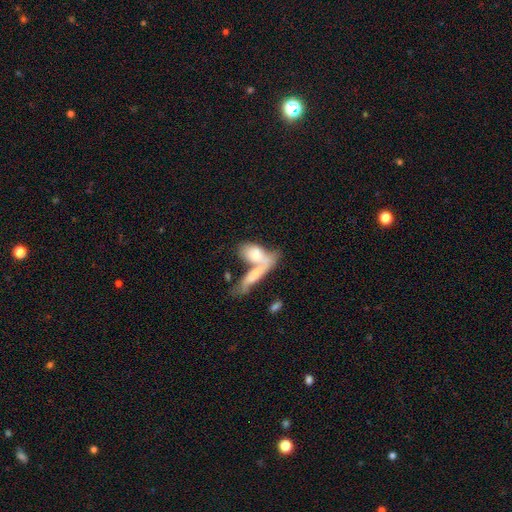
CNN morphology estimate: This is likely a smooth galaxy (63%). How rounded: likely in between (77%). Merging: likely merger (69%).